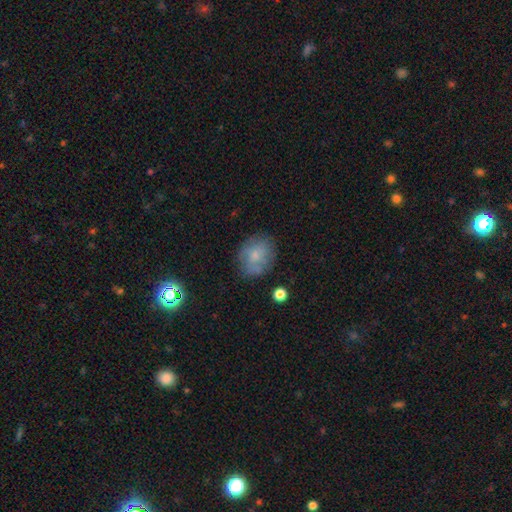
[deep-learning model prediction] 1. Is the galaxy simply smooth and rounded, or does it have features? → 64% smooth, 26% featured or disk, 10% star or artifact.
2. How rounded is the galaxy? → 50% in between, 48% round, 1% cigar-shaped.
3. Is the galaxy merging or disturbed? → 69% none, 21% minor disturbance, 7% major disturbance, 3% merger.